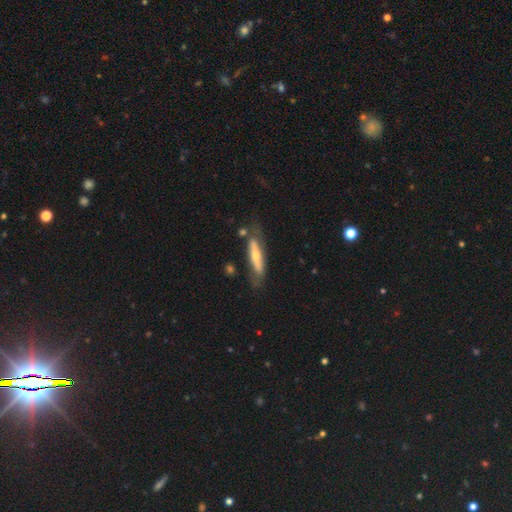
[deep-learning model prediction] featured or disk 53%, smooth 41%, star or artifact 5%. Down the decision tree: edge-on disk — yes (66%); merging — none (62%).